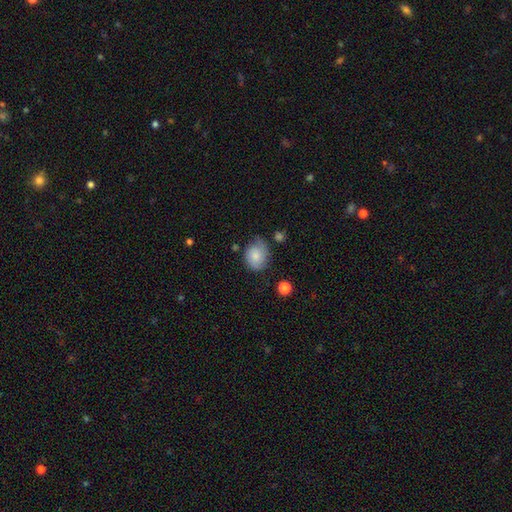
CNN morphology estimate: smooth 70%, featured or disk 22%, star or artifact 8%. Down the decision tree: how rounded — round (59%); merging — none (55%).